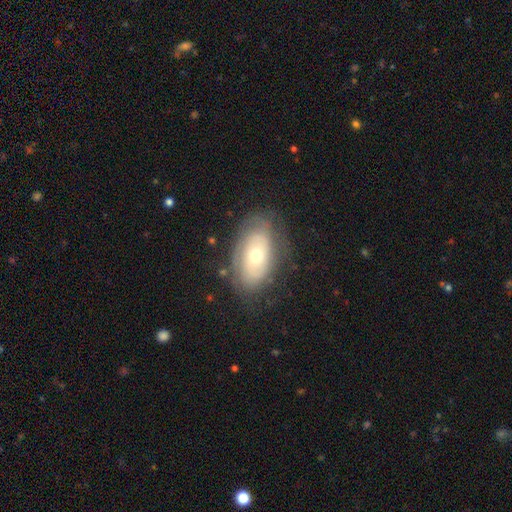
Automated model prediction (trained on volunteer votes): Smooth or featured: featured or disk — 54% (smooth — 38%)
Edge-on disk: no — 91% (yes — 9%)
Merging: none — 74% (minor disturbance — 18%)